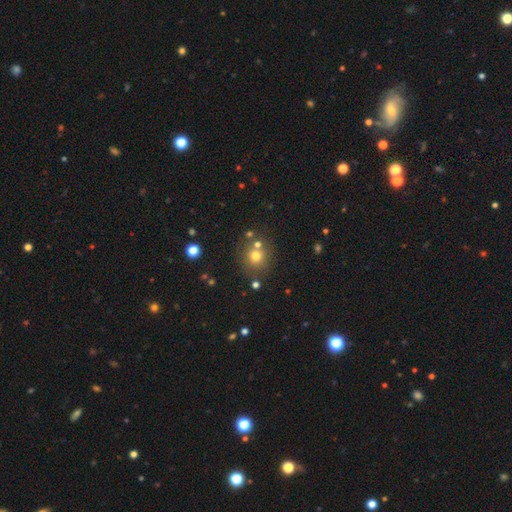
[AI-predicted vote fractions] The model was most divided on "smooth or featured": smooth: 70%, star or artifact: 18%, featured or disk: 12%. More confident: how rounded — round (88%); merging — none (73%).